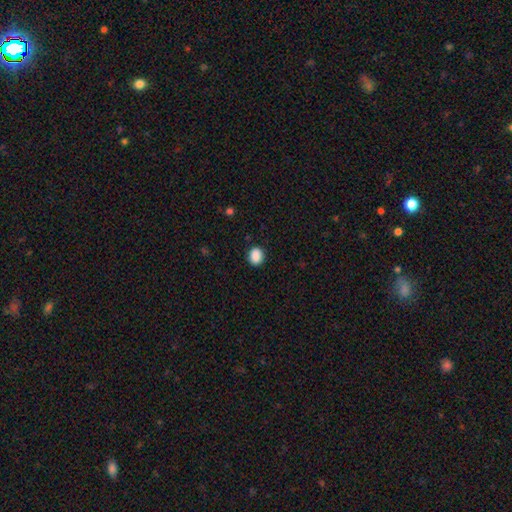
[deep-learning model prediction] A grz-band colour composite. It shows a smooth galaxy with no disk features (89%) that is round (55%). Merging: none (89%).